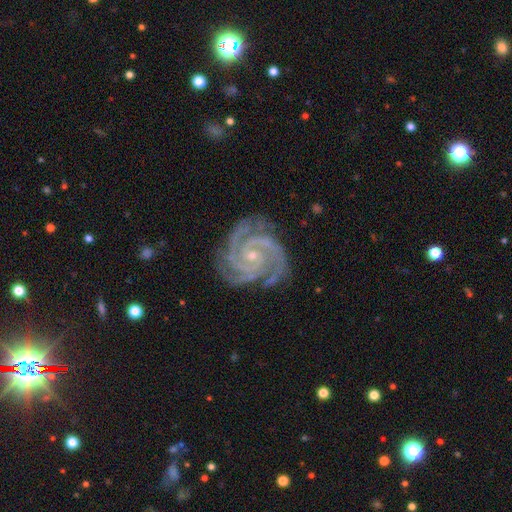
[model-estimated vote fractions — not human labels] Smooth or featured? featured or disk (92%)
Edge-on disk? no (98%)
Bar? no (64%)
Spiral arms? yes (99%)
Spiral winding? tight (73%)
Spiral arm count? 3 (46%)
Bulge size? small (78%)
Merging? none (79%)